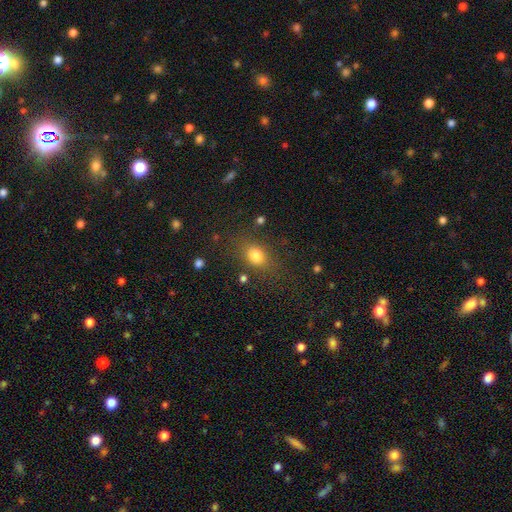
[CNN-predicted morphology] Overall: smooth (79%). How rounded: in between (59%; round 39%). Merging: none (76%).